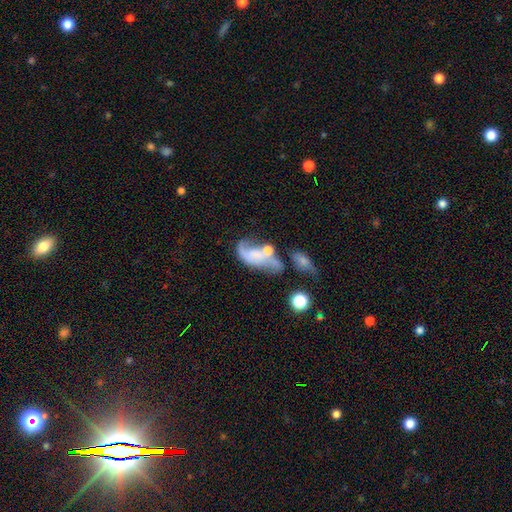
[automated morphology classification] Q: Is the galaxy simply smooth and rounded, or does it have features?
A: featured or disk — 59%.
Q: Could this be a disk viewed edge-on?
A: no — 95%.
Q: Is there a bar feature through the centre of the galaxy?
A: no — 67%.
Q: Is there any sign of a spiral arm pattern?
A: yes — 74%.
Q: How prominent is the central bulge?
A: none — 46%.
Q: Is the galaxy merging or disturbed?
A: merger — 33%.